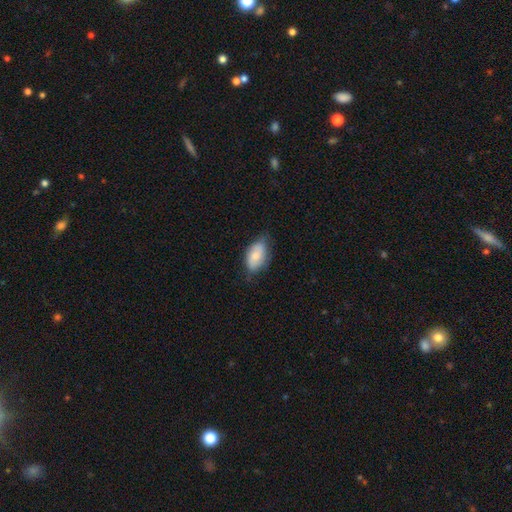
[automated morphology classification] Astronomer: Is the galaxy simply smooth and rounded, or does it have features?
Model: smooth — 75%.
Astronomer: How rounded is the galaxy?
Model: in between — 92%.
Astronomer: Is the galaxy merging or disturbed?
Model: none — 60%.